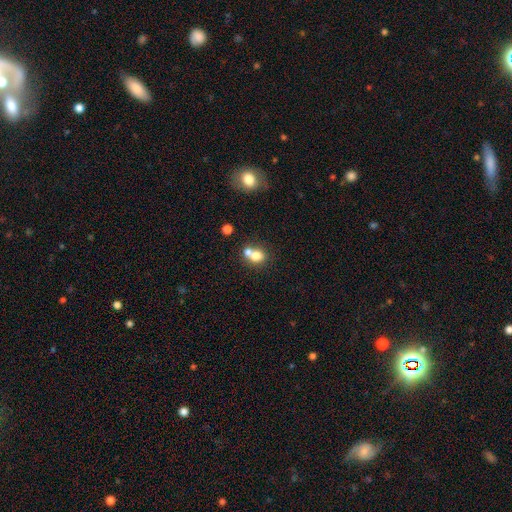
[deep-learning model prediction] Overall: smooth (75%). How rounded: round (65%; in between 34%). Merging: merger (55%; none 35%).